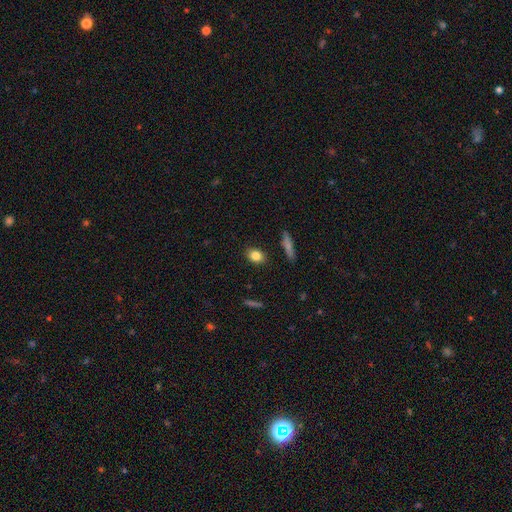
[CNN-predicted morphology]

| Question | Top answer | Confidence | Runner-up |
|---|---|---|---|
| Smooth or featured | smooth | 82% | star or artifact (9%) |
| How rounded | in between | 58% | round (38%) |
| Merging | none | 88% | minor disturbance (8%) |